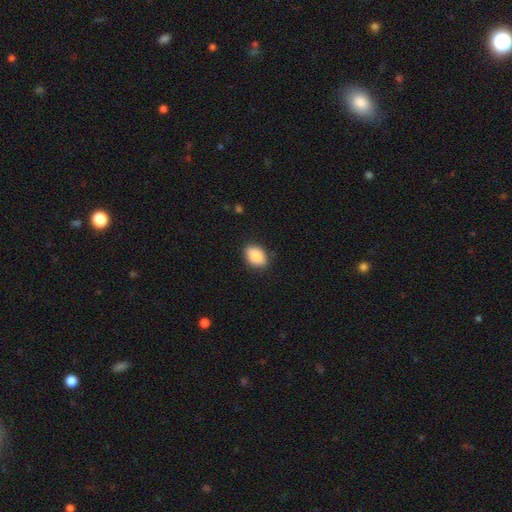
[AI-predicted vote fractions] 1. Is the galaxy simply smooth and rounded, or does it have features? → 87% smooth, 7% star or artifact, 6% featured or disk.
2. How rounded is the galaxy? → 82% in between, 17% round, 1% cigar-shaped.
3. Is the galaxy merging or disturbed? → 85% none, 11% minor disturbance, 2% major disturbance, 1% merger.